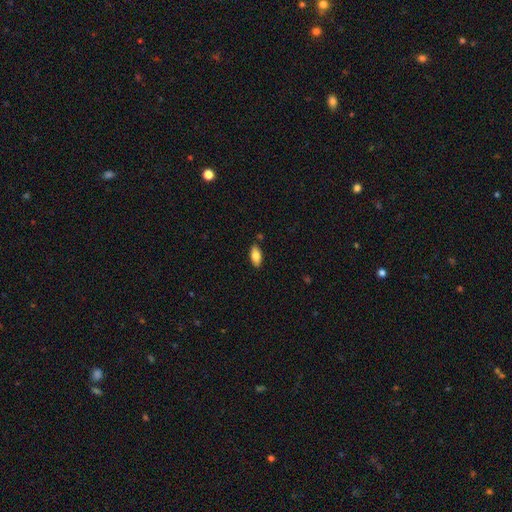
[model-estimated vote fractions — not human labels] Smooth or featured? smooth (82%)
How rounded? in between (89%)
Merging? none (86%)